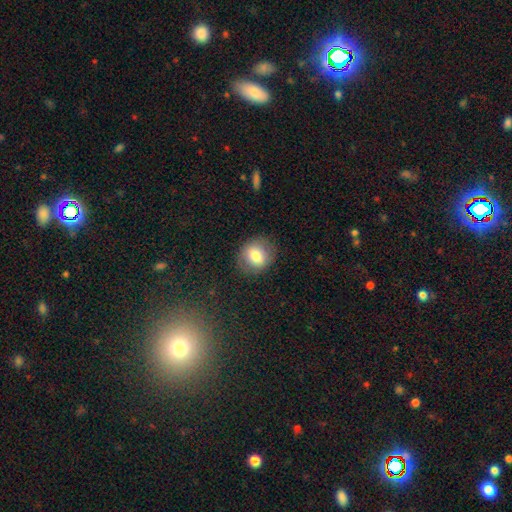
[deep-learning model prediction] Morphology: type=smooth (75%); roundness=round (77%); merging=none (86%).